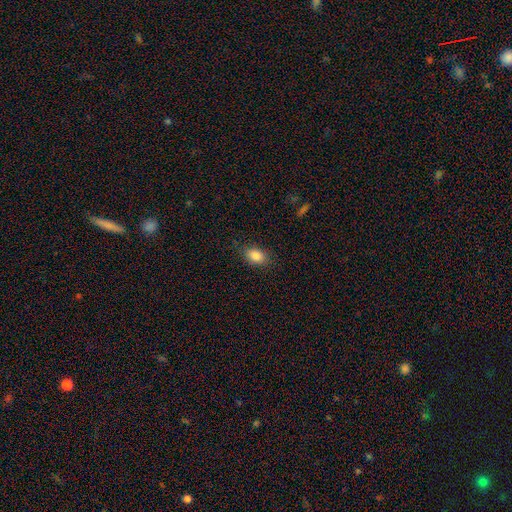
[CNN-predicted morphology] This appears to be a smooth galaxy with no disk features (85%) that is in between round and cigar-shaped (79%). Merging: none (82%).